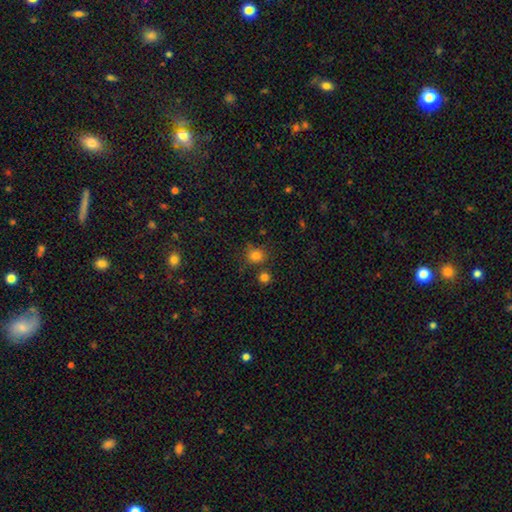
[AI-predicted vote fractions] smooth-or-featured: smooth: 79% | star or artifact: 15% | featured or disk: 5%
  how-rounded: round: 87% | in between: 12% | cigar-shaped: 1%
  merging: none: 73% | merger: 12% | minor disturbance: 11% | major disturbance: 4%